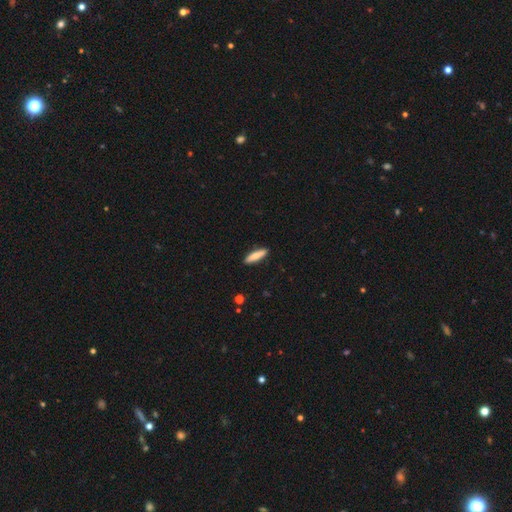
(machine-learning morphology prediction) Overall: smooth (78%). How rounded: cigar-shaped (77%). Merging: none (90%).